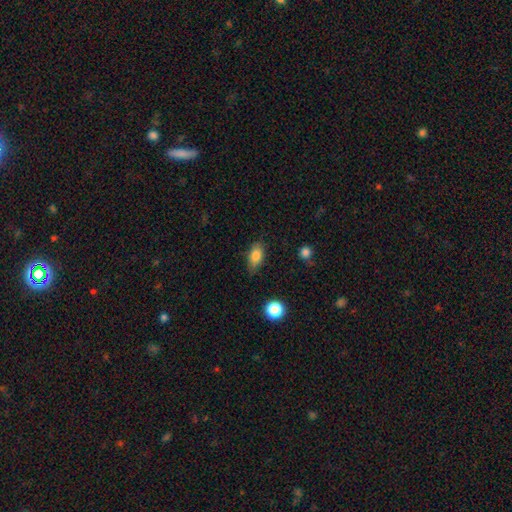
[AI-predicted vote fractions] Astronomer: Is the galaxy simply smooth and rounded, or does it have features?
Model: smooth — 82%.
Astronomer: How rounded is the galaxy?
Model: in between — 87%.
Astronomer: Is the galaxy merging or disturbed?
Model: none — 75%.